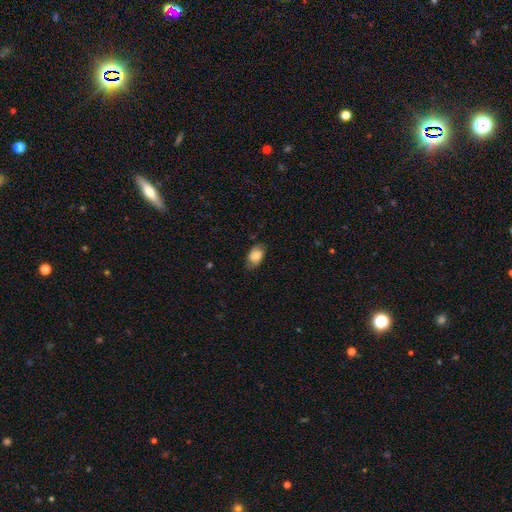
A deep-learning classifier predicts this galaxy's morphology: The model was most divided on "merging": none: 73%, minor disturbance: 21%, major disturbance: 5%, merger: 1%. More confident: how rounded — in between (89%); smooth or featured — smooth (74%).